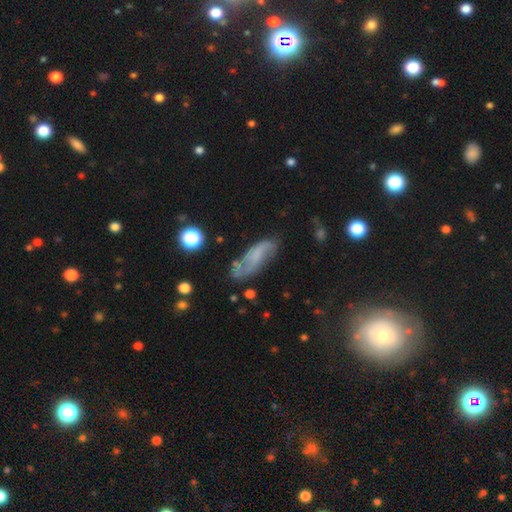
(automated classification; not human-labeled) A featured or disk galaxy (57%).

Vote fractions:
- Smooth or featured? featured or disk: 57% / smooth: 33% / star or artifact: 10%
- Edge-on disk? no: 87% / yes: 13%
- Merging? none: 57% / minor disturbance: 24% / major disturbance: 12% / merger: 6%